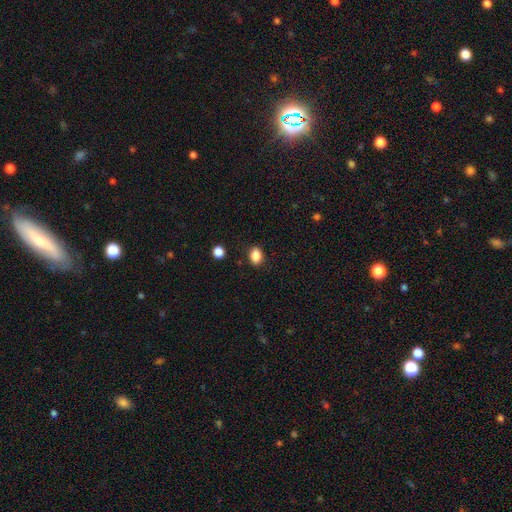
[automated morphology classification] Smooth or featured?
  - smooth: 87% *
  - star or artifact: 9%
  - featured or disk: 4%
How rounded?
  - in between: 74% *
  - round: 24%
  - cigar-shaped: 1%
Merging?
  - none: 87% *
  - minor disturbance: 9%
  - major disturbance: 2%
  - merger: 2%